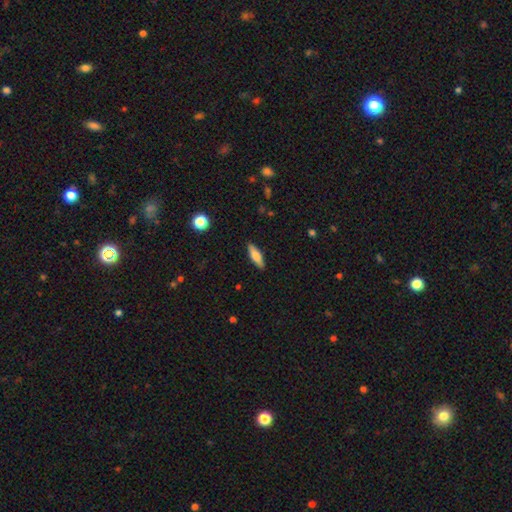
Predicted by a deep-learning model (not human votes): A smooth galaxy with no disk features (65%) that is cigar-shaped (55%).

Vote fractions:
- Smooth or featured? smooth: 65% / featured or disk: 29% / star or artifact: 7%
- How rounded? cigar-shaped: 55% / in between: 43% / round: 2%
- Merging? none: 89% / minor disturbance: 8% / major disturbance: 2% / merger: 1%